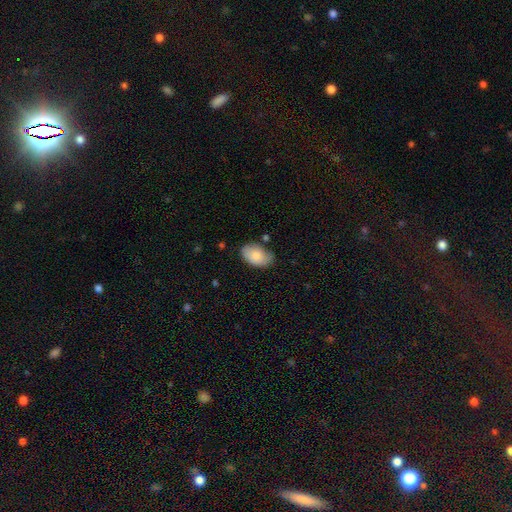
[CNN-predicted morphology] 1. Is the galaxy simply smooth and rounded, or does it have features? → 80% smooth, 14% featured or disk, 7% star or artifact.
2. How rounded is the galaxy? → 89% in between, 9% round, 1% cigar-shaped.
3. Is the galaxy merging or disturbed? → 58% none, 31% minor disturbance, 7% major disturbance, 4% merger.